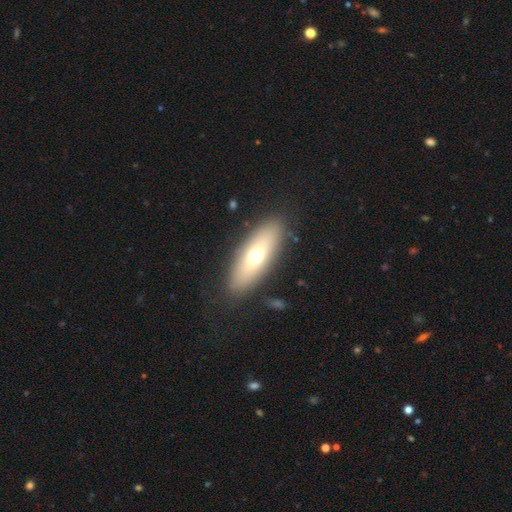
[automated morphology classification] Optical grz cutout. It shows a smooth galaxy with no disk features (62%) that is in between round and cigar-shaped (65%). Merging: none (87%).